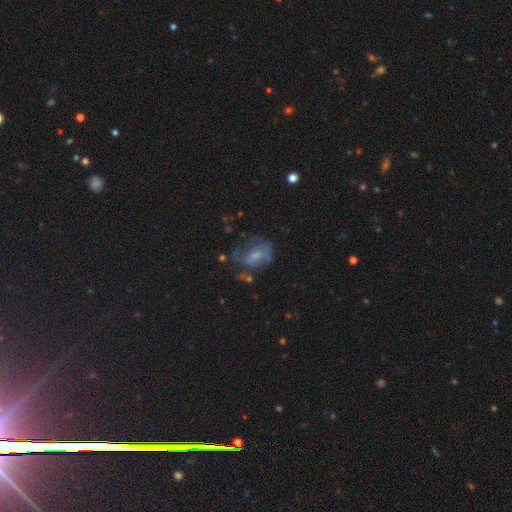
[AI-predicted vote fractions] Overall: featured or disk (52%; smooth 34%). Edge-on disk: no (95%). Merging: none (42%; major disturbance 28%).